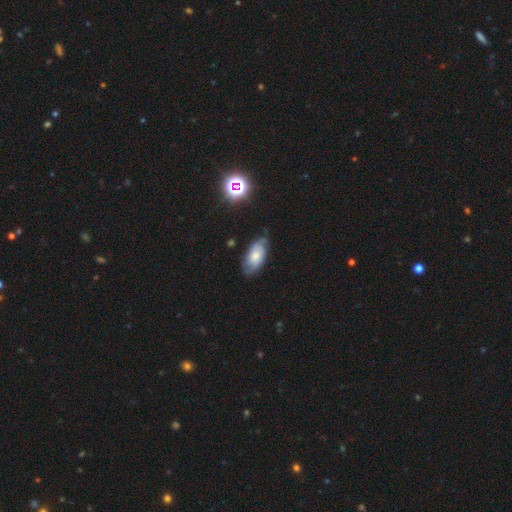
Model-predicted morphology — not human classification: Smooth or featured? smooth (54%)
How rounded? in between (92%)
Merging? none (64%)